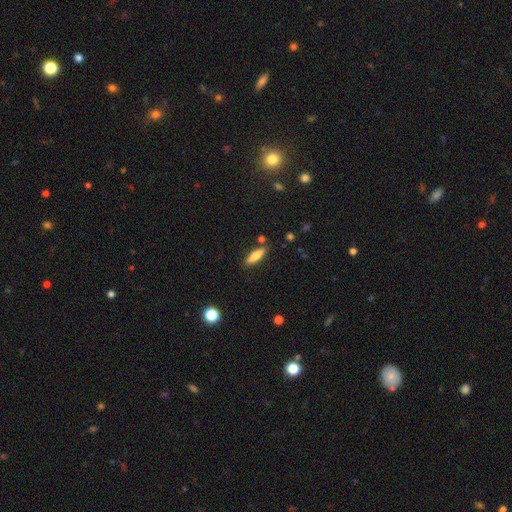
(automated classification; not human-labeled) The model was most divided on "how rounded": cigar-shaped: 59%, in between: 39%, round: 2%. More confident: merging — none (84%); smooth or featured — smooth (81%).